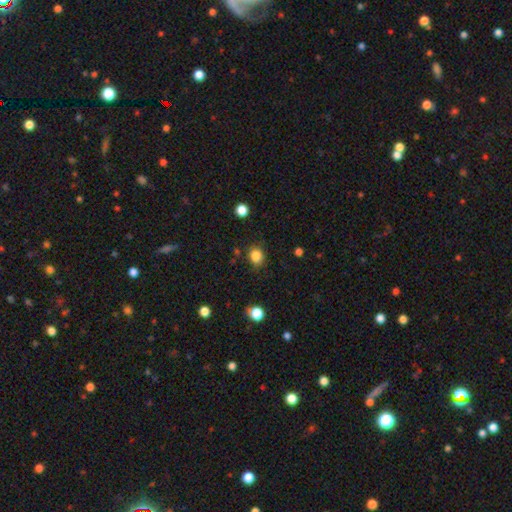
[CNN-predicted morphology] smooth 84%, star or artifact 12%, featured or disk 4%. Down the decision tree: how rounded — round (74%); merging — none (82%).